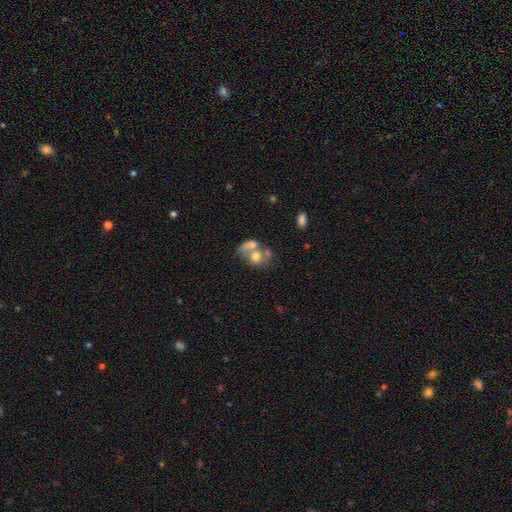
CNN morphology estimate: smooth 59%, featured or disk 29%, star or artifact 12%. Down the decision tree: how rounded — in between (49%, tied with round); merging — merger (61%).